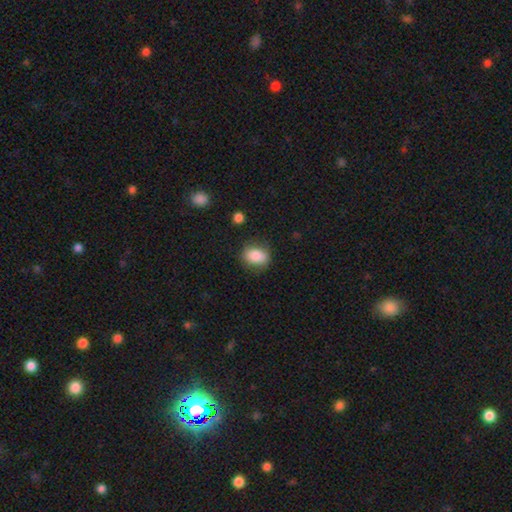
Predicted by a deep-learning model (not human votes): Morphology: type=smooth (85%); roundness=in between (65%); merging=none (77%).